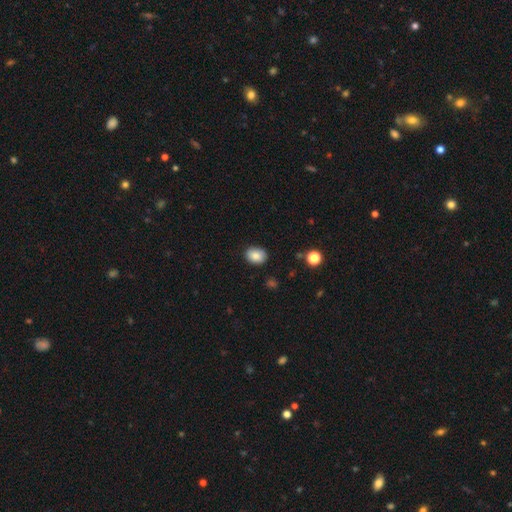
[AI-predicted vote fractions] Smooth or featured? smooth (85%)
How rounded? in between (65%)
Merging? none (87%)